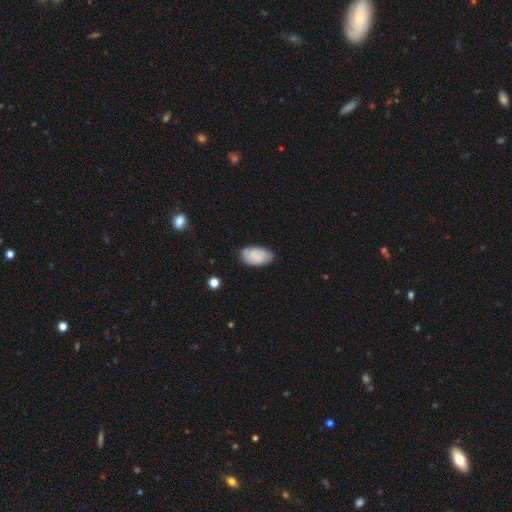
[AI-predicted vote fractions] This appears to be a smooth galaxy with no disk features (80%) that is in between round and cigar-shaped (94%). Merging: none (74%).